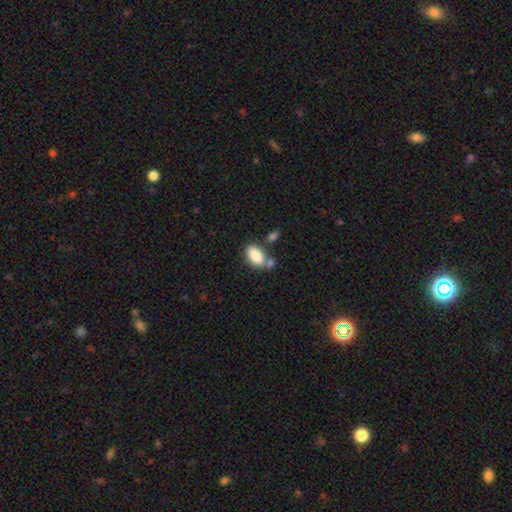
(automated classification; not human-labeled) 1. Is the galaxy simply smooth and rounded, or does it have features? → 85% smooth, 8% featured or disk, 7% star or artifact.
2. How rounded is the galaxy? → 92% in between, 5% round, 3% cigar-shaped.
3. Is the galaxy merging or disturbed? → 54% none, 27% merger, 14% minor disturbance, 5% major disturbance.